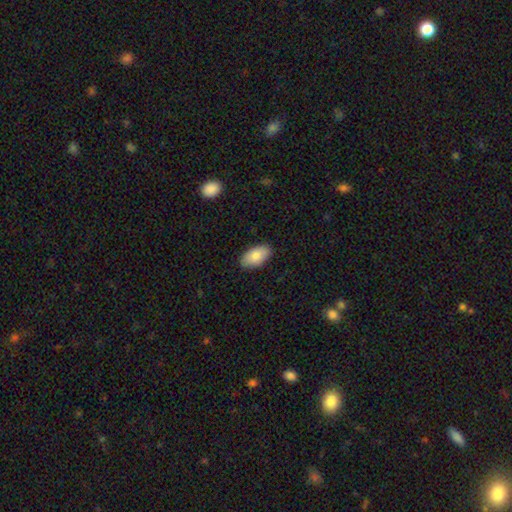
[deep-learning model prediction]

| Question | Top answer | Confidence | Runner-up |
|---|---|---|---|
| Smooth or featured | smooth | 82% | featured or disk (12%) |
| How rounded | in between | 94% | round (3%) |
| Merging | none | 88% | minor disturbance (9%) |